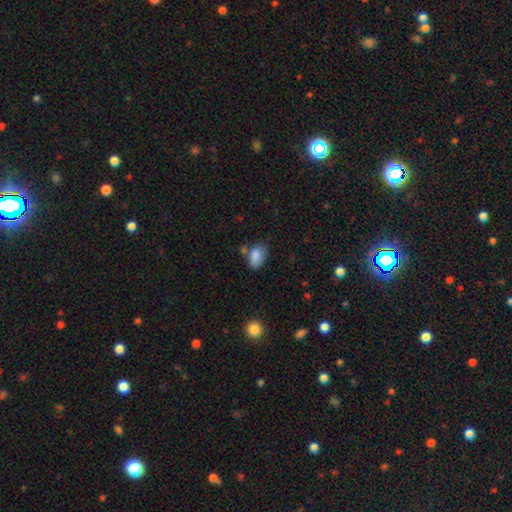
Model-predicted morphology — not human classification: A smooth galaxy with no disk features (85%) that is in between round and cigar-shaped (88%).

Vote fractions:
- Smooth or featured? smooth: 85% / star or artifact: 8% / featured or disk: 7%
- How rounded? in between: 88% / round: 10% / cigar-shaped: 2%
- Merging? none: 52% / minor disturbance: 27% / merger: 13% / major disturbance: 8%